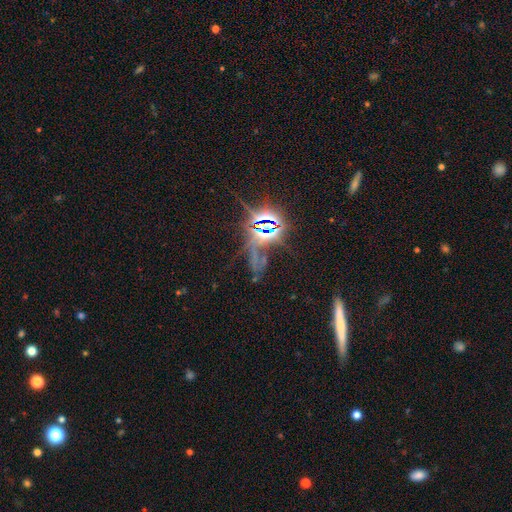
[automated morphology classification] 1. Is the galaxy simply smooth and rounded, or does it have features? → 75% star or artifact, 14% featured or disk, 11% smooth.